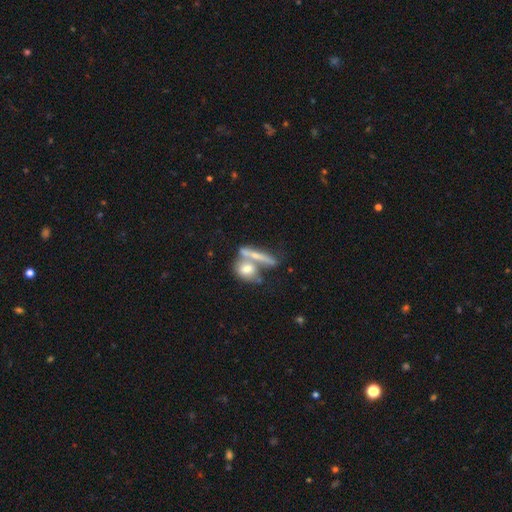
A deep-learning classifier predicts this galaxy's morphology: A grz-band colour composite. It shows a smooth galaxy with no disk features (51%) that is cigar-shaped (53%). Merging: merger (48%).